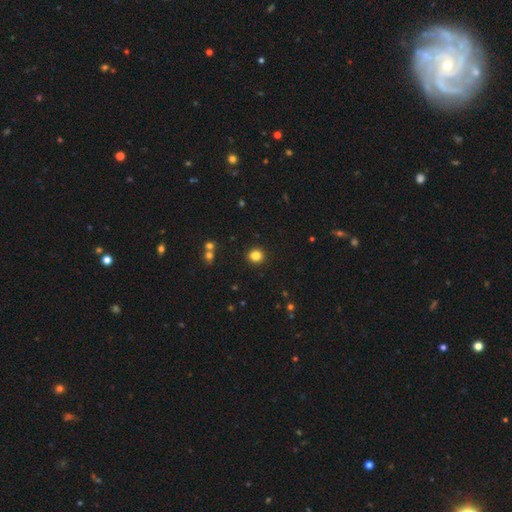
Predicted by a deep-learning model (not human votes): Smooth or featured: smooth — 83% (star or artifact — 12%)
How rounded: round — 87% (in between — 12%)
Merging: none — 92% (minor disturbance — 5%)